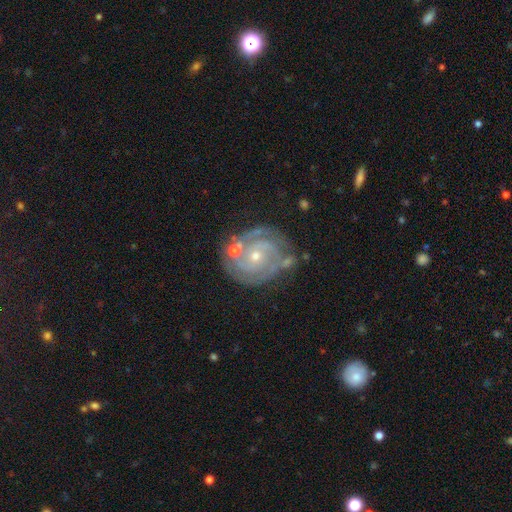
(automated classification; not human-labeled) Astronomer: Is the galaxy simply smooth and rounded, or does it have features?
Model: featured or disk — 90%.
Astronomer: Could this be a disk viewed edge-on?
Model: no — 98%.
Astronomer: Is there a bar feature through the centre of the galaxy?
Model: no — 73%.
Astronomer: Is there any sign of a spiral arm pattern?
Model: yes — 98%.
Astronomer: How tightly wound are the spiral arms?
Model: tight — 73%.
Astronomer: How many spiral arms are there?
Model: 2 — 51%.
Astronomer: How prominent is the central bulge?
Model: small — 69%.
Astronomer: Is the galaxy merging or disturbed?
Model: none — 69%.